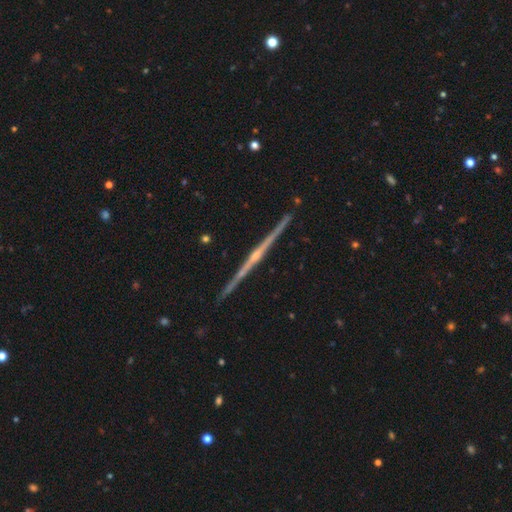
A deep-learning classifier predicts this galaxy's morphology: featured or disk 89%, smooth 6%, star or artifact 5%. Down the decision tree: edge-on disk — yes (99%); edge-on bulge — rounded (73%); merging — none (93%).